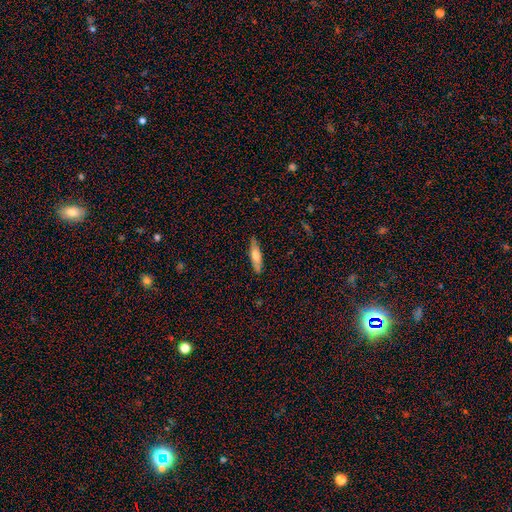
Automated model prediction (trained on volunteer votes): Morphology: type=smooth (61%); roundness=cigar-shaped (66%); merging=none (86%).